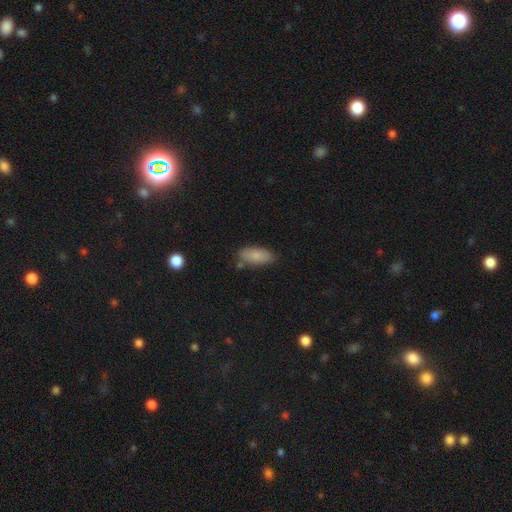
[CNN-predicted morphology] smooth 85%, featured or disk 8%, star or artifact 7%. Down the decision tree: how rounded — in between (85%); merging — none (75%).